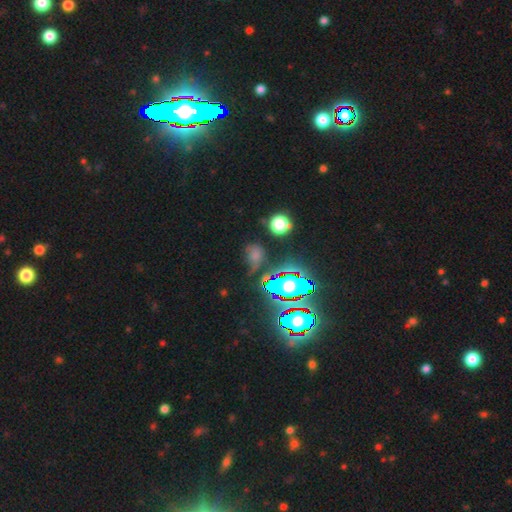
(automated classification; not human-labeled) smooth_or_featured: star or artifact (p=0.59) [alt: smooth p=0.27]